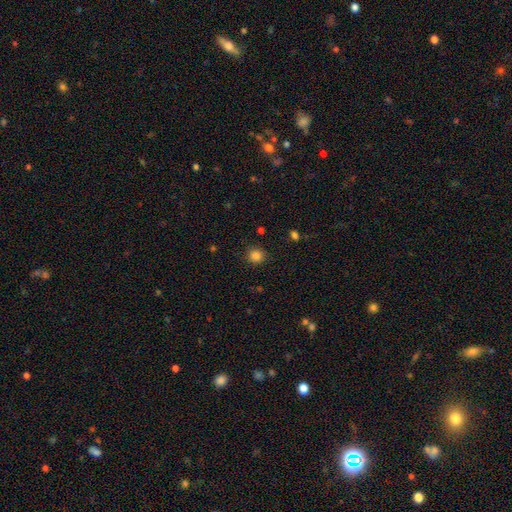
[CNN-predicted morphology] Overall: smooth (84%). How rounded: round (90%). Merging: none (88%).